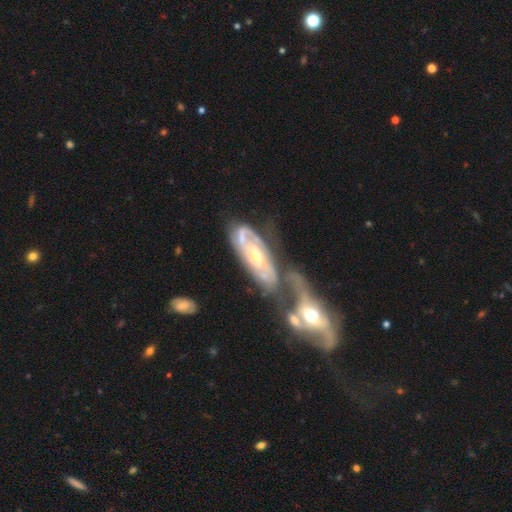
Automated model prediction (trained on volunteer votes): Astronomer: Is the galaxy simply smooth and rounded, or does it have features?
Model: featured or disk — 86%.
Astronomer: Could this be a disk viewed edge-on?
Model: no — 92%.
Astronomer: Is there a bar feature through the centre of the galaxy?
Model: no — 60%.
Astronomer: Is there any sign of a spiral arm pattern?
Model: yes — 91%.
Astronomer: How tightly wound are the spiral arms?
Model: tight — 59%.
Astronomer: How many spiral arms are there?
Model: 2 — 45% (runner-up: can't tell, 33%).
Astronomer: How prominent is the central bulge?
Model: moderate — 56% (runner-up: small, 38%).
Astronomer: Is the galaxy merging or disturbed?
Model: merger — 56%.